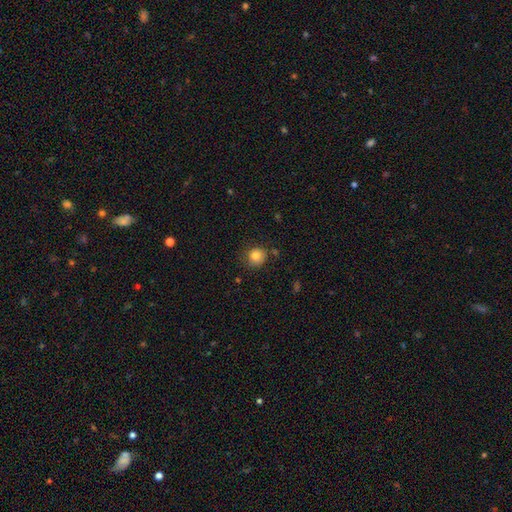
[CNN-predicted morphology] smooth-or-featured: smooth: 82% | star or artifact: 11% | featured or disk: 7%
  how-rounded: round: 88% | in between: 12% | cigar-shaped: 1%
  merging: none: 78% | minor disturbance: 14% | major disturbance: 4% | merger: 3%